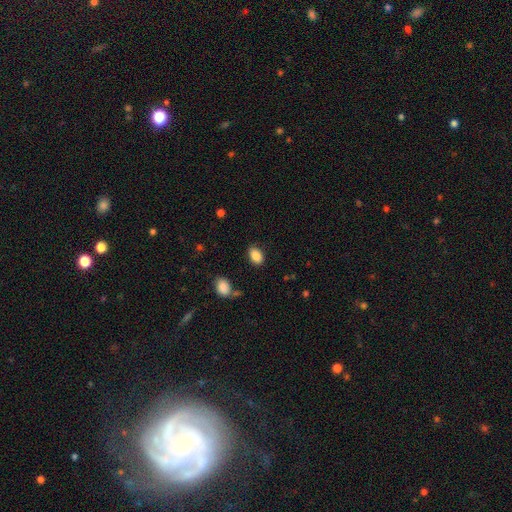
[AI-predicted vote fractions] Morphology: type=smooth (87%); roundness=in between (87%); merging=none (84%).